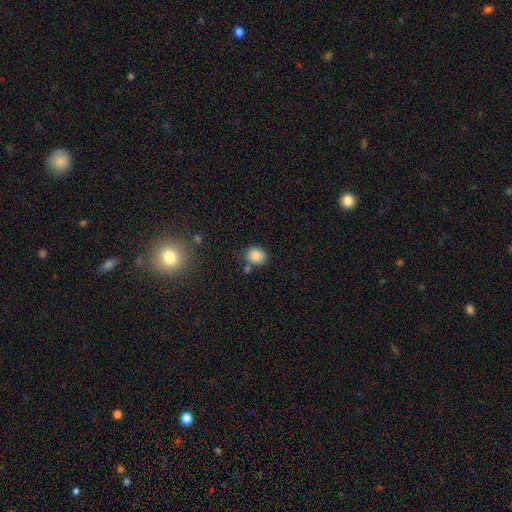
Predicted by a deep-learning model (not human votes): Q: Smooth or featured?
A: smooth (86%); runner-up: star or artifact (10%)
Q: How rounded?
A: round (67%); runner-up: in between (33%)
Q: Merging?
A: none (72%); runner-up: minor disturbance (14%)